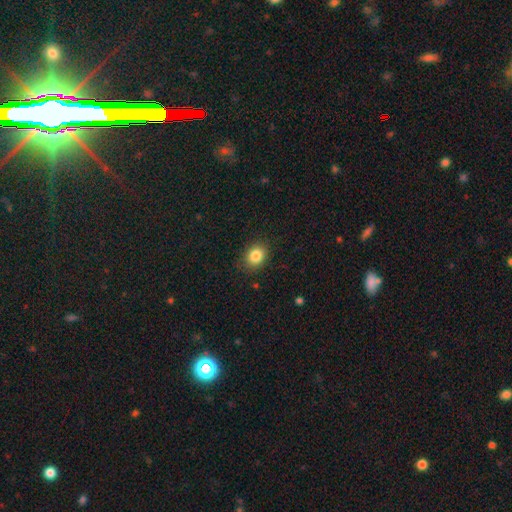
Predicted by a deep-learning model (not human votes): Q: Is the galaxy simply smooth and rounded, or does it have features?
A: smooth — 84%.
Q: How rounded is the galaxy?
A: in between — 50%.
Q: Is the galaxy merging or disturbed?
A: none — 84%.